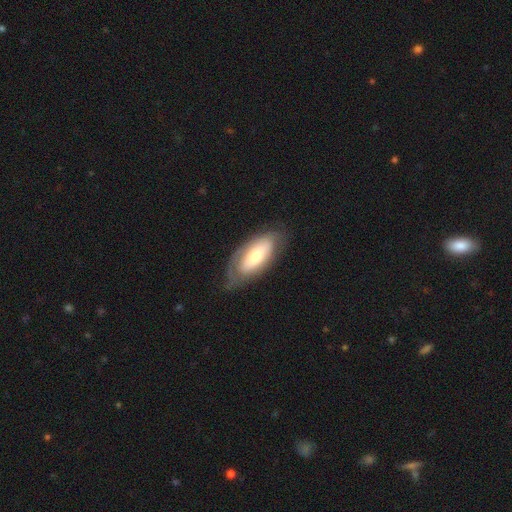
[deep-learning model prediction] Smooth or featured?
  - smooth: 55% *
  - featured or disk: 39%
  - star or artifact: 6%
How rounded?
  - in between: 87% *
  - cigar-shaped: 10%
  - round: 2%
Merging?
  - none: 61% *
  - minor disturbance: 26%
  - major disturbance: 11%
  - merger: 1%